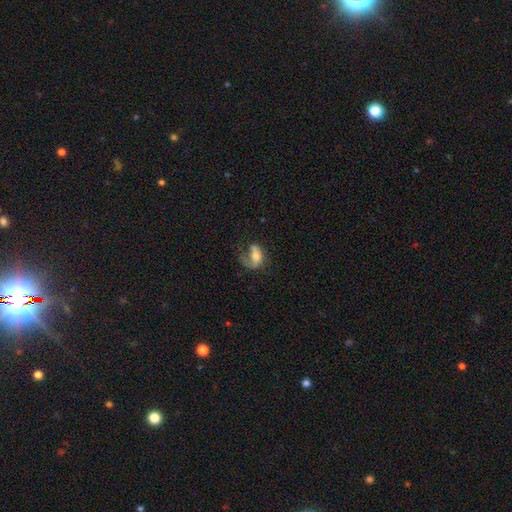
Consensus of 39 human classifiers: This is likely a smooth galaxy (62%). How rounded: clearly in between (88%). Merging: possibly major disturbance (54%).